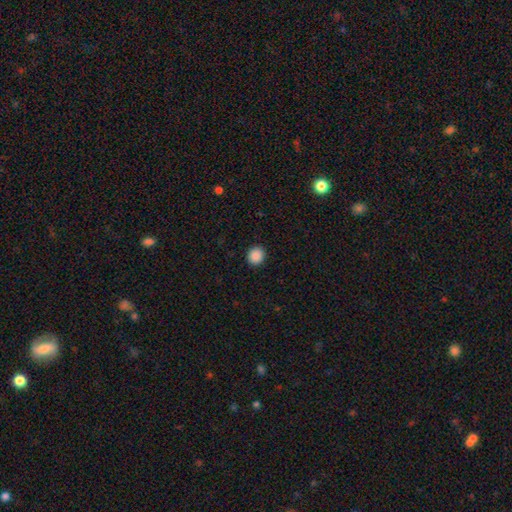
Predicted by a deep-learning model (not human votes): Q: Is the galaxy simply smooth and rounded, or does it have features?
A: smooth — 89%.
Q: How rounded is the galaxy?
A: round — 85%.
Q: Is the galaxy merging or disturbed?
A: none — 92%.